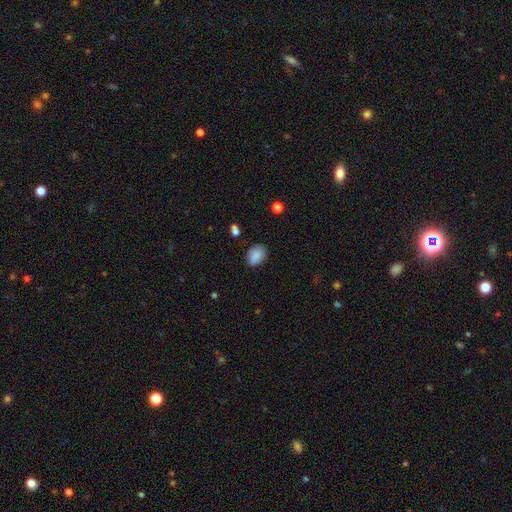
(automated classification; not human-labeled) smooth-or-featured: smooth: 86% | star or artifact: 8% | featured or disk: 6%
  how-rounded: in between: 74% | round: 24% | cigar-shaped: 1%
  merging: none: 76% | minor disturbance: 19% | major disturbance: 4% | merger: 2%